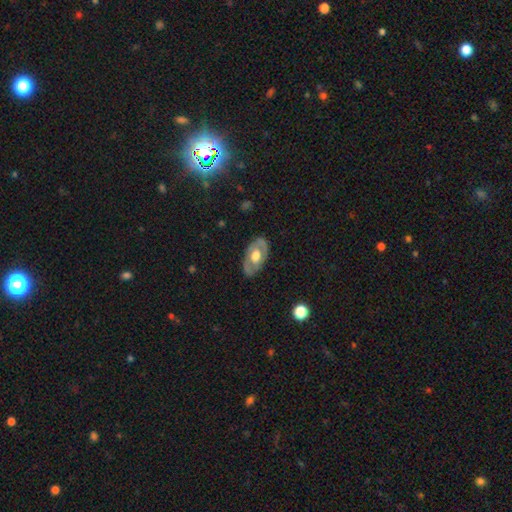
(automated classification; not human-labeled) Smooth or featured? Predicted: featured or disk (p=0.62). Edge-on disk? Predicted: no (p=0.89). Bar? Predicted: no (p=0.75). Spiral arms? Predicted: no (p=0.66). Bulge size? Predicted: moderate (p=0.55). Merging? Predicted: none (p=0.79).